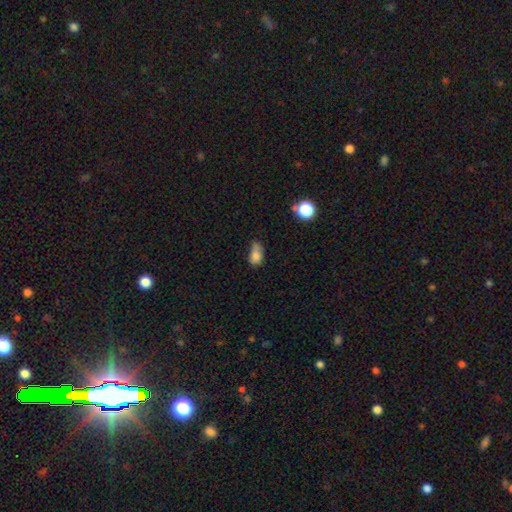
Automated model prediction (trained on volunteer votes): This is likely a smooth galaxy (77%). How rounded: likely in between (80%). Merging: marginally minor disturbance (38%).